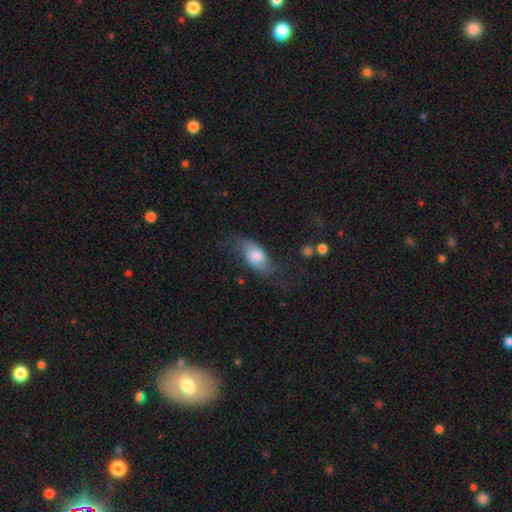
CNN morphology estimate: Smooth or featured? smooth (60%)
How rounded? in between (83%)
Merging? none (49%)